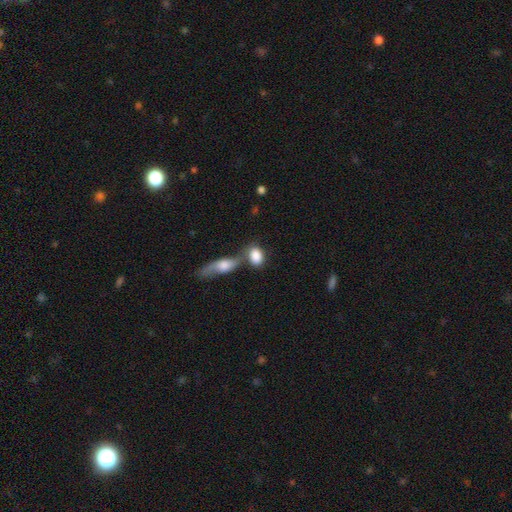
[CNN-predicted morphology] smooth 84%, featured or disk 10%, star or artifact 6%. Down the decision tree: how rounded — in between (77%); merging — merger (43%).